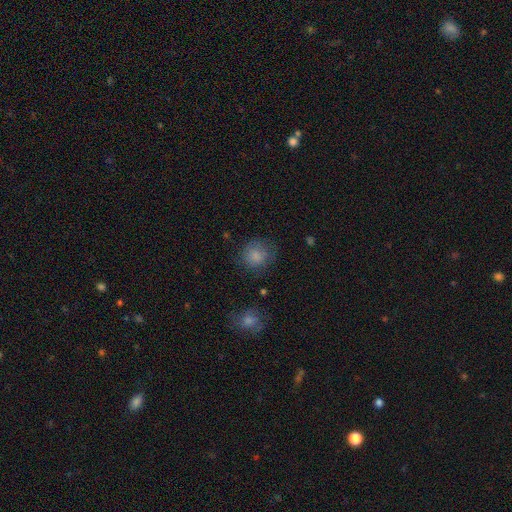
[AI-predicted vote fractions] This is clearly a smooth galaxy (81%). How rounded: clearly round (83%). Merging: likely none (69%).